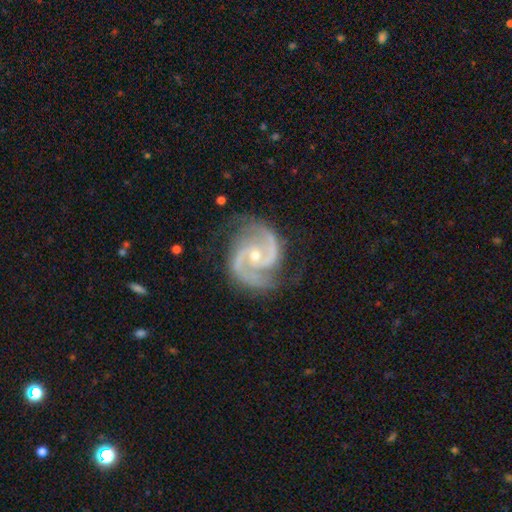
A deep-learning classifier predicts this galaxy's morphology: A featured or disk galaxy (94%) with no bar (59%), 2 (89%) medium (59%) spiral arms (99%) and a small central bulge (52%). Merging: none (77%).